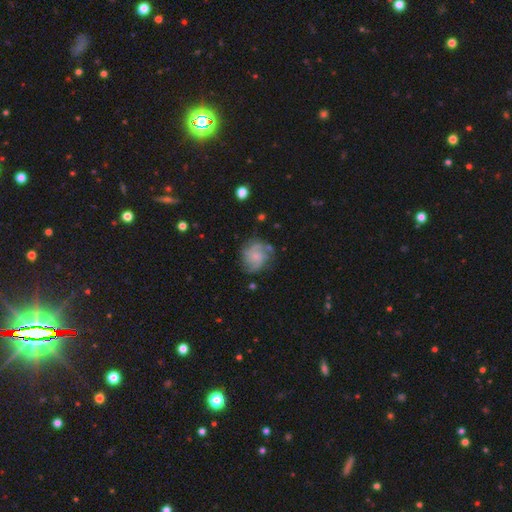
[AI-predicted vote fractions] smooth-or-featured: featured or disk: 74% | smooth: 19% | star or artifact: 7%
  disk-edge-on: no: 98% | yes: 2%
    bar: no: 66% | weak: 30% | strong: 4%
    has-spiral-arms: yes: 93% | no: 7%
      spiral-winding: medium: 47% | tight: 34% | loose: 19%
      spiral-arm-count: 2: 38% | 3: 28% | can't tell: 19% | 4: 6% | 1: 5% | more than 4: 4%
    bulge-size: small: 53% | none: 25% | moderate: 18% | large: 2% | dominant: 1%
  merging: none: 68% | minor disturbance: 20% | major disturbance: 10% | merger: 2%